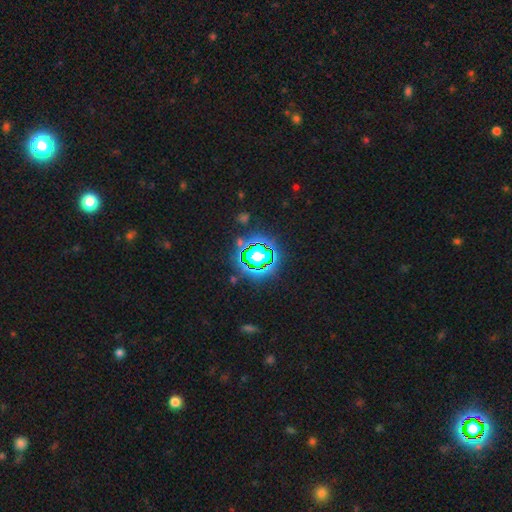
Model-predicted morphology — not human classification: Smooth or featured: star or artifact — 81% (smooth — 12%)